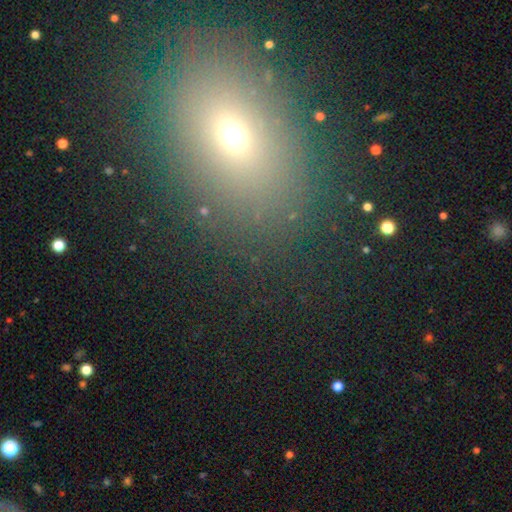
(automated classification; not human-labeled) Overall: smooth (50%; star or artifact 38%). How rounded: in between (51%; round 47%). Merging: none (83%).